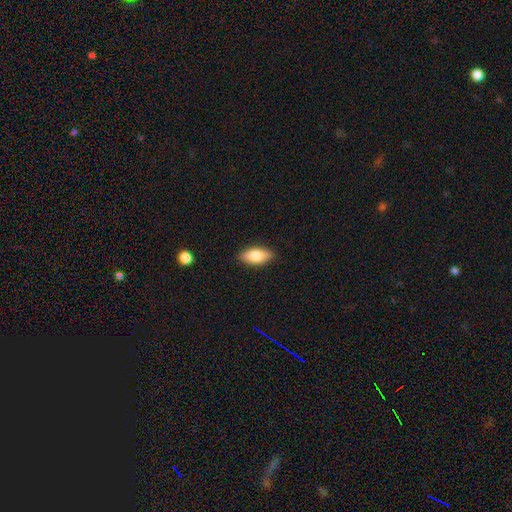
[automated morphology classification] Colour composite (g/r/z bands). It shows a smooth galaxy with no disk features (79%) that is in between round and cigar-shaped (85%). Merging: none (88%).